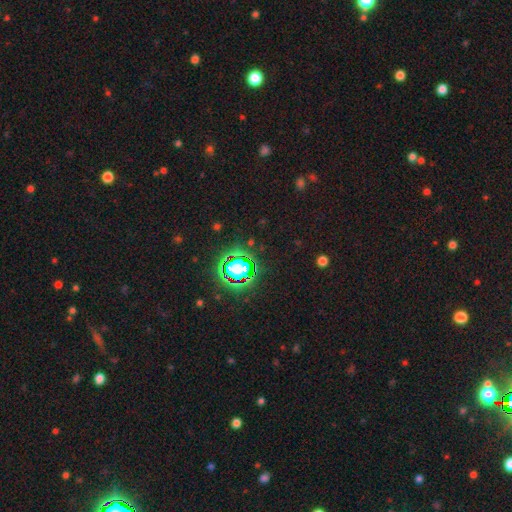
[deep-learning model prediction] The model was most divided on "smooth or featured": star or artifact: 81%, smooth: 12%, featured or disk: 6%.